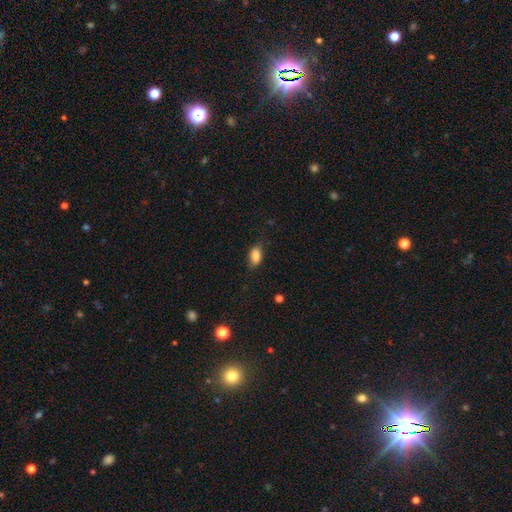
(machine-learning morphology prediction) This appears to be a smooth galaxy with no disk features (84%) that is in between round and cigar-shaped (87%). Merging: none (77%).